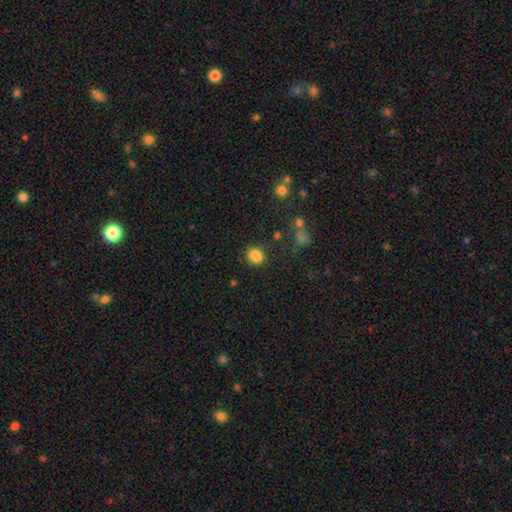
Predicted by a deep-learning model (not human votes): This appears to be a smooth galaxy with no disk features (83%) that is round (55%). Merging: none (72%).